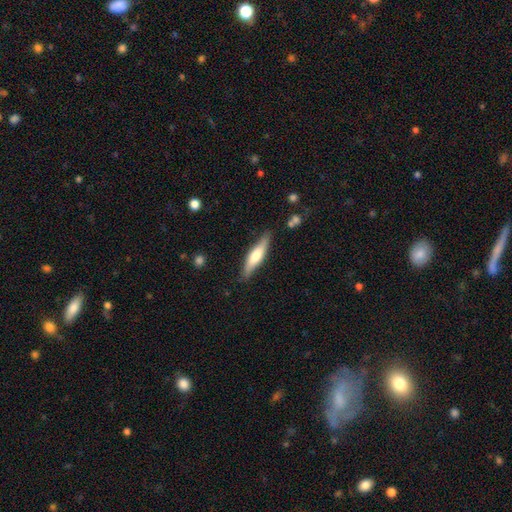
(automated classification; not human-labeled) Overall: smooth (52%; featured or disk 42%). How rounded: cigar-shaped (78%). Merging: none (84%).